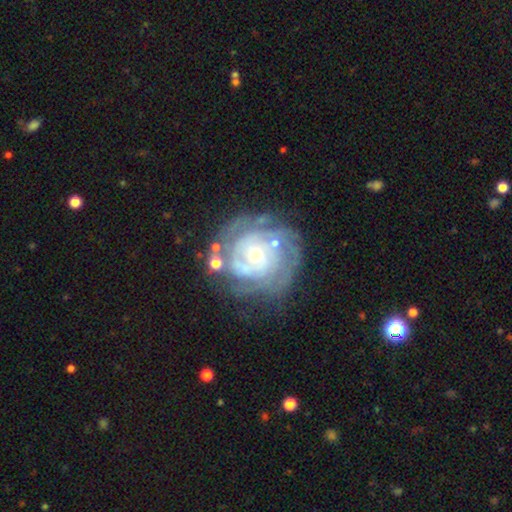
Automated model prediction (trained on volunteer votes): Smooth or featured: featured or disk — 82% (smooth — 11%)
Edge-on disk: no — 98% (yes — 2%)
Bar: no — 77% (weak — 19%)
Spiral arms: yes — 90% (no — 10%)
Spiral winding: tight — 73% (medium — 21%)
Spiral arm count: can't tell — 40% (3 — 18%)
Bulge size: small — 67% (moderate — 28%)
Merging: none — 66% (minor disturbance — 18%)